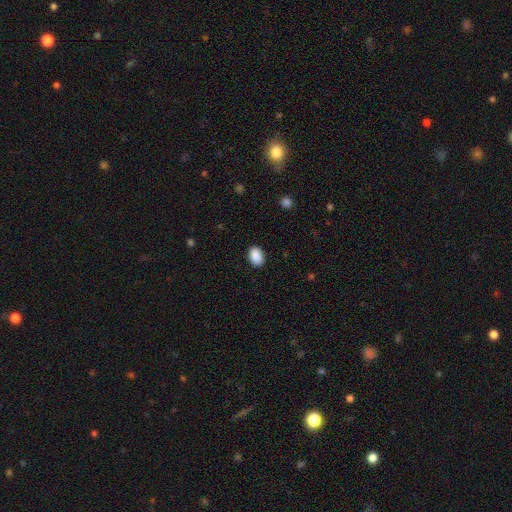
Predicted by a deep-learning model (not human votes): This appears to be a smooth galaxy with no disk features (90%) that is in between round and cigar-shaped (81%). Merging: none (88%).